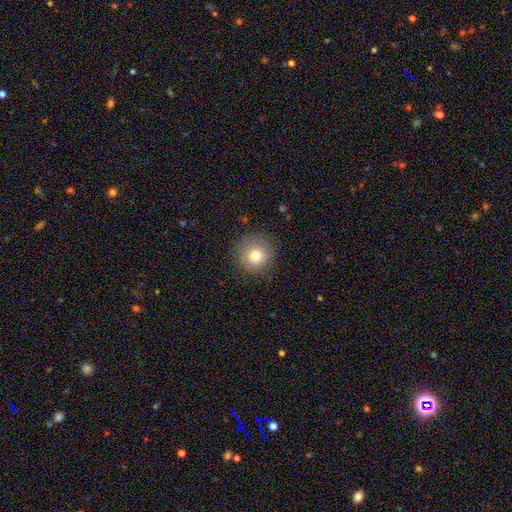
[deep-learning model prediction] smooth-or-featured: smooth: 76% | featured or disk: 12% | star or artifact: 12%
  how-rounded: round: 95% | in between: 4% | cigar-shaped: 1%
  merging: none: 86% | minor disturbance: 9% | major disturbance: 3% | merger: 1%